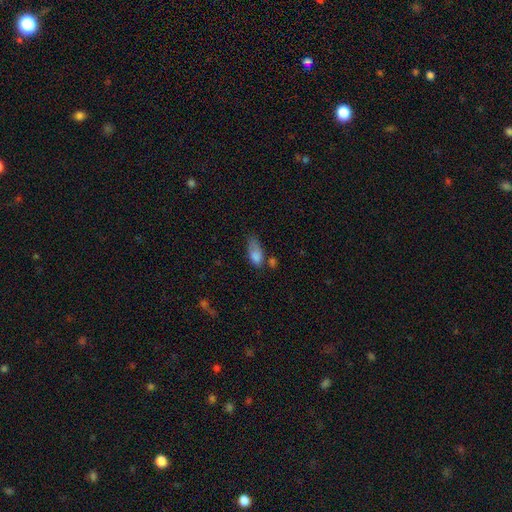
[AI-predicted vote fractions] Smooth or featured: smooth — 79% (featured or disk — 12%)
How rounded: in between — 84% (cigar-shaped — 10%)
Merging: minor disturbance — 35% (none — 31%)